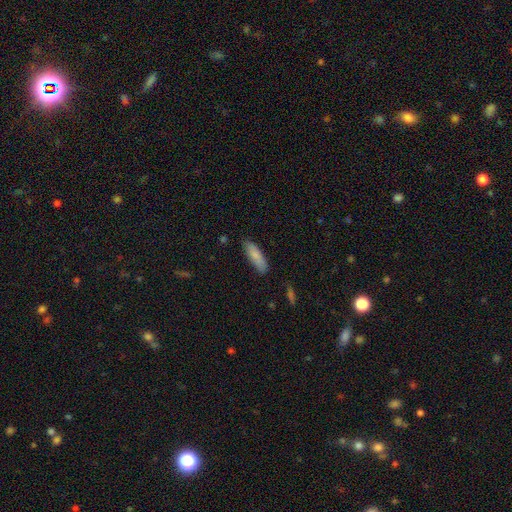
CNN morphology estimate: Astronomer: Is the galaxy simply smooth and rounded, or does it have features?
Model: smooth — 83%.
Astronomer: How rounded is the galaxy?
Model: cigar-shaped — 51% (runner-up: in between, 48%).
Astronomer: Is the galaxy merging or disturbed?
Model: none — 81%.